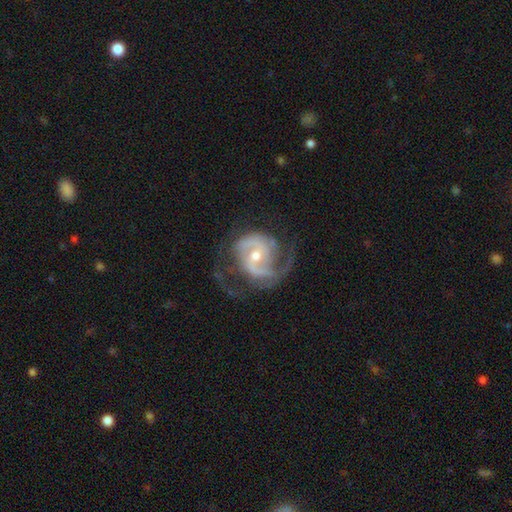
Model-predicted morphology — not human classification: Q: Smooth or featured?
A: featured or disk (88%); runner-up: smooth (6%)
Q: Edge-on disk?
A: no (98%); runner-up: yes (2%)
Q: Bar?
A: no (42%); runner-up: weak (41%)
Q: Spiral arms?
A: yes (96%); runner-up: no (4%)
Q: Spiral winding?
A: medium (49%); runner-up: tight (28%)
Q: Spiral arm count?
A: 2 (73%); runner-up: can't tell (9%)
Q: Bulge size?
A: moderate (54%); runner-up: small (43%)
Q: Merging?
A: none (60%); runner-up: minor disturbance (20%)